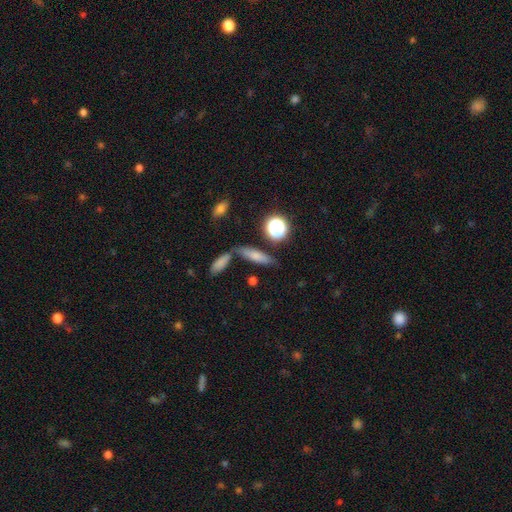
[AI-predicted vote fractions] Morphology: type=smooth (70%); roundness=cigar-shaped (56%); merging=none (65%).